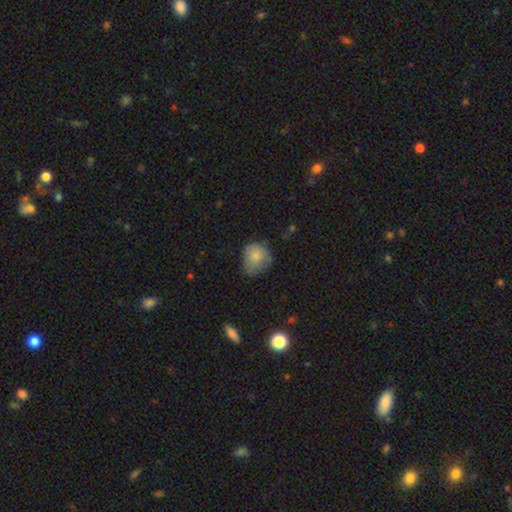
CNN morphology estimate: type=smooth (78%); roundness=round (69%); merging=none (44%).